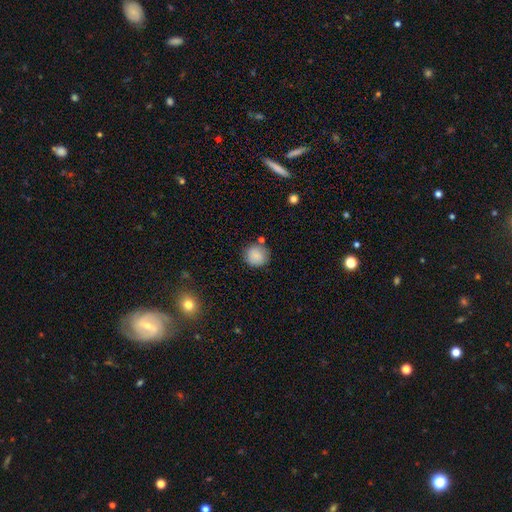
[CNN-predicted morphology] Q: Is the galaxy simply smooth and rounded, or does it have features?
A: smooth — 86%.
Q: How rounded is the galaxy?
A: round — 89%.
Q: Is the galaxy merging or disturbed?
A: none — 79%.